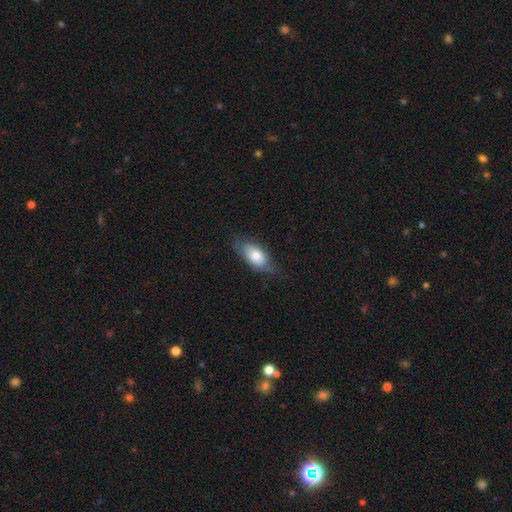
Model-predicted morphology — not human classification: smooth 75%, featured or disk 19%, star or artifact 7%. Down the decision tree: how rounded — in between (88%); merging — none (66%).